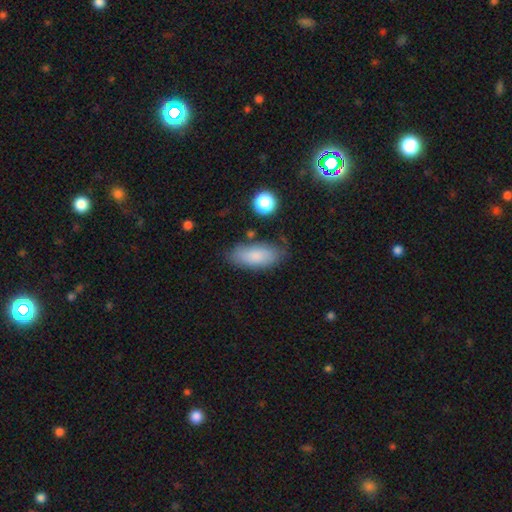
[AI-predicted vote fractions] The model was most divided on "merging": none: 75%, minor disturbance: 17%, major disturbance: 4%, merger: 4%. More confident: how rounded — in between (85%); smooth or featured — smooth (83%).